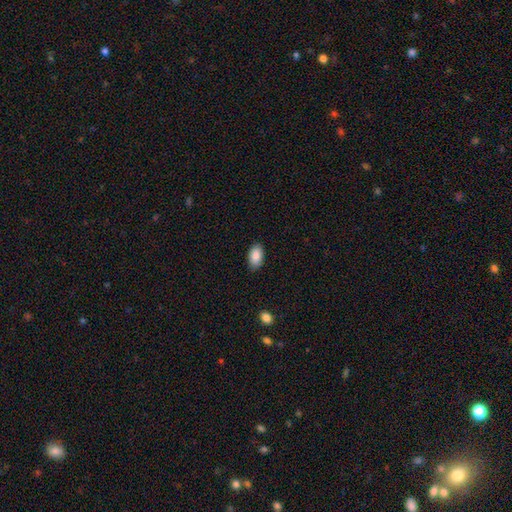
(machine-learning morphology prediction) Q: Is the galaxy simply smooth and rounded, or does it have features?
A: smooth — 89%.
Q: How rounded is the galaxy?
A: in between — 94%.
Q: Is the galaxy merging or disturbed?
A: none — 85%.